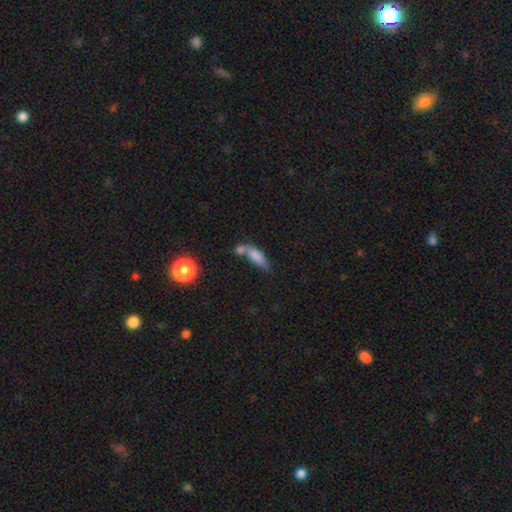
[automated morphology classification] Smooth or featured? smooth (74%)
How rounded? in between (62%)
Merging? merger (48%)